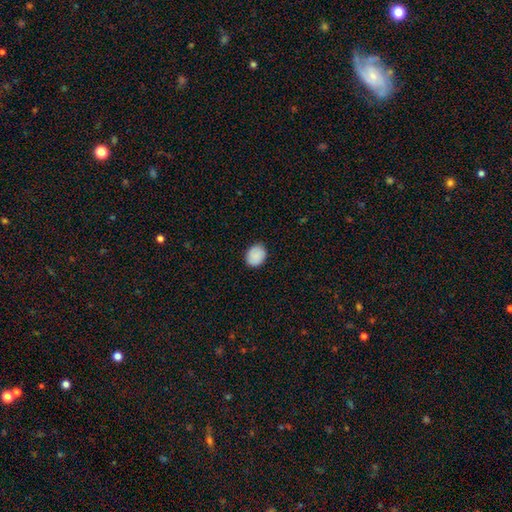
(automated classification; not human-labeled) A smooth galaxy with no disk features (88%) that is round (53%).

Vote fractions:
- Smooth or featured? smooth: 88% / star or artifact: 7% / featured or disk: 4%
- How rounded? round: 53% / in between: 46% / cigar-shaped: 1%
- Merging? none: 87% / minor disturbance: 10% / major disturbance: 2% / merger: 1%